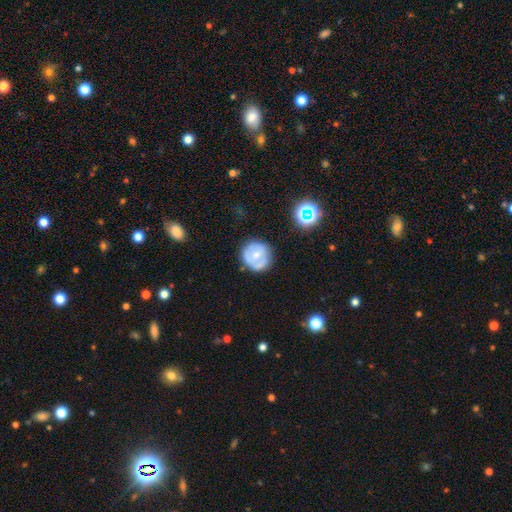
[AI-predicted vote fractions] Q: Smooth or featured?
A: smooth (53%); runner-up: featured or disk (39%)
Q: How rounded?
A: round (91%); runner-up: in between (8%)
Q: Merging?
A: none (74%); runner-up: minor disturbance (18%)